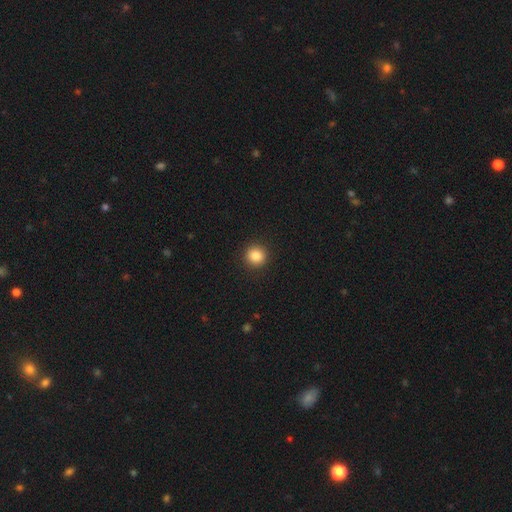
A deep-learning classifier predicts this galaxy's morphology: A smooth galaxy with no disk features (87%) that is round (92%). Merging: none (92%).